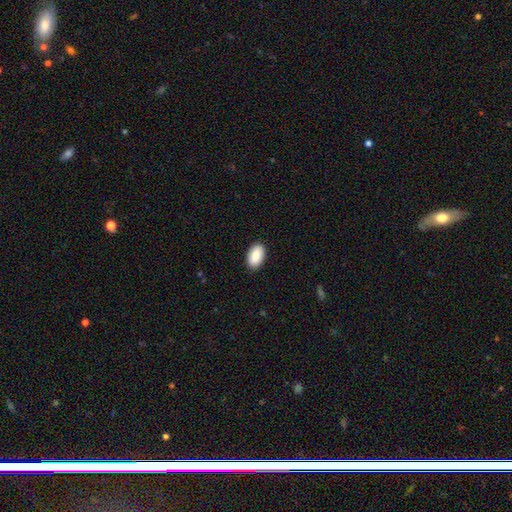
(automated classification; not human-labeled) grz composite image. It shows a smooth galaxy with no disk features (86%) that is in between round and cigar-shaped (94%). Merging: none (90%).